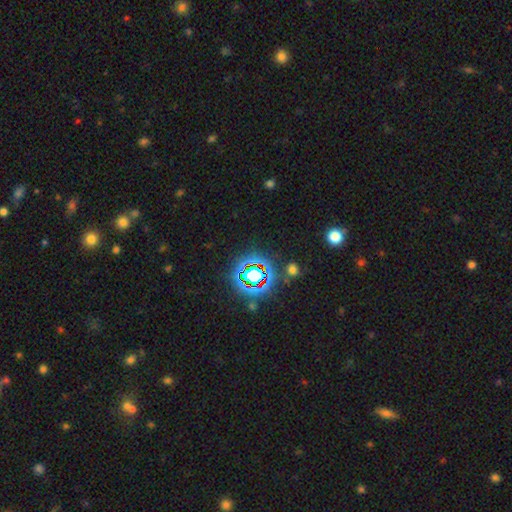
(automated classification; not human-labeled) Morphology: type=star or artifact (76%).